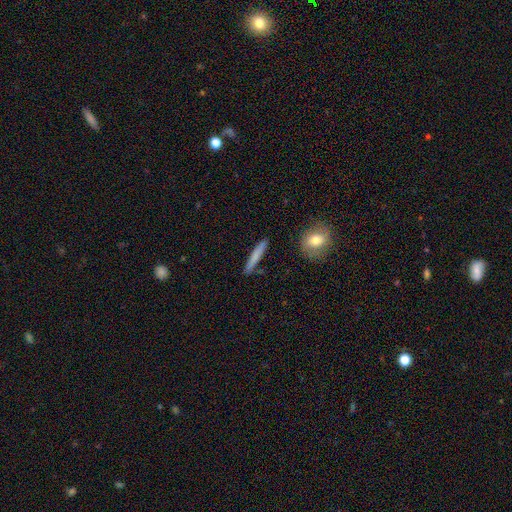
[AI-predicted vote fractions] Overall: smooth (73%). How rounded: cigar-shaped (95%). Merging: none (89%).